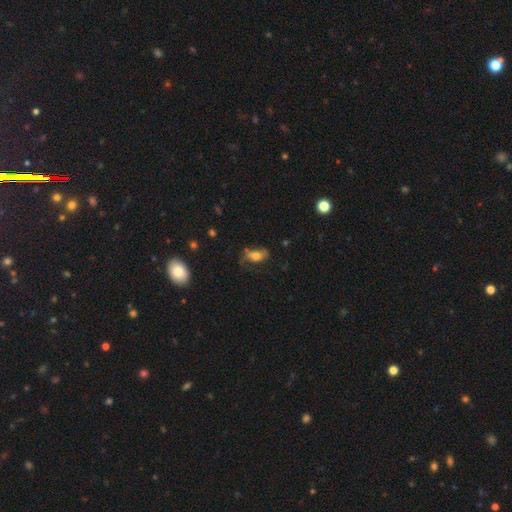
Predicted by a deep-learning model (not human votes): Smooth or featured? Predicted: smooth (p=0.51). How rounded? Predicted: in between (p=0.83). Merging? Predicted: none (p=0.50).